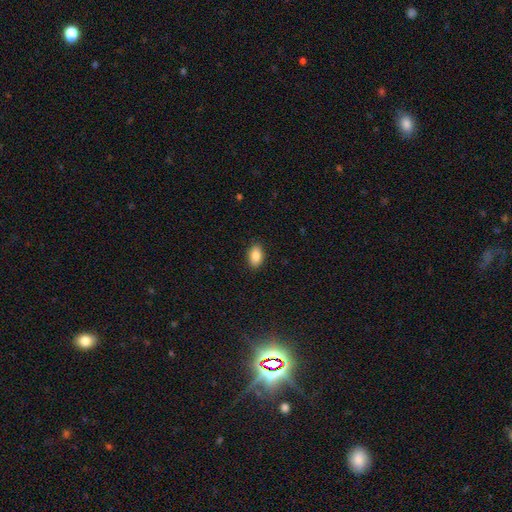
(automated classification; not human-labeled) Smooth or featured? Predicted: smooth (p=0.87). How rounded? Predicted: in between (p=0.90). Merging? Predicted: none (p=0.89).